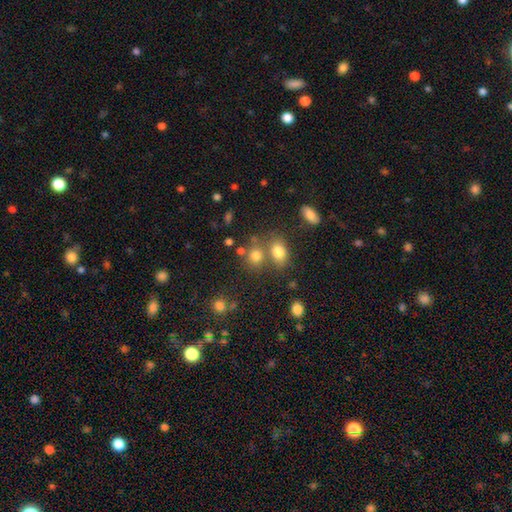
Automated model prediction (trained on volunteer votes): Q: Smooth or featured?
A: smooth (77%); runner-up: star or artifact (14%)
Q: How rounded?
A: round (64%); runner-up: in between (35%)
Q: Merging?
A: none (53%); runner-up: merger (32%)